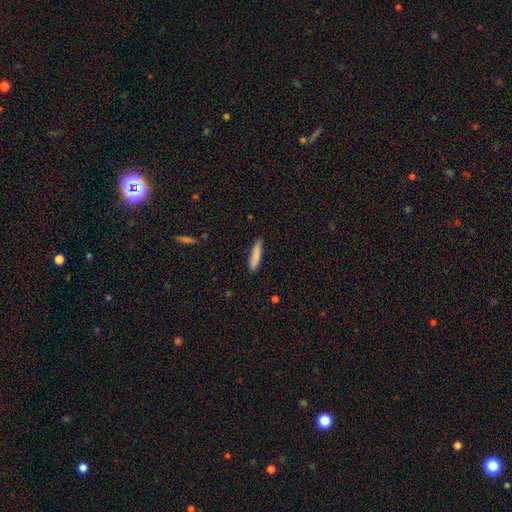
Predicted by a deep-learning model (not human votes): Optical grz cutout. It shows a smooth galaxy with no disk features (84%) that is cigar-shaped (83%). Merging: none (84%).